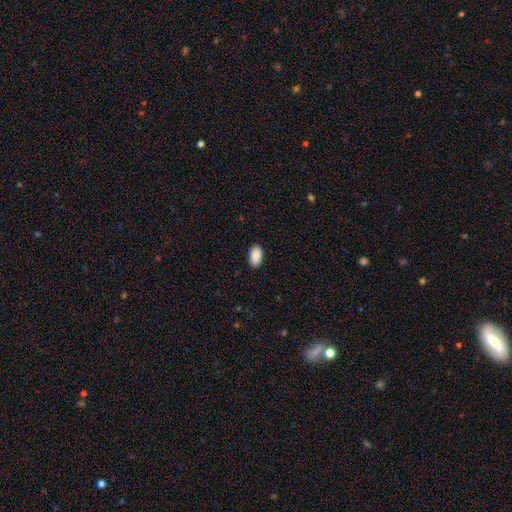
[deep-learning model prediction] Morphology: type=smooth (90%); roundness=in between (95%); merging=none (90%).